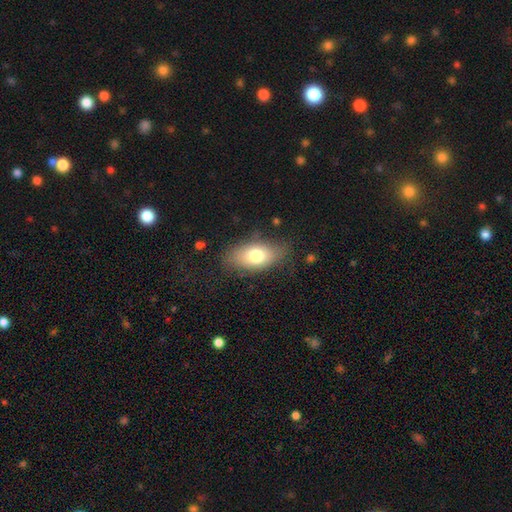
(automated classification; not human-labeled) smooth 74%, featured or disk 18%, star or artifact 8%. Down the decision tree: how rounded — in between (87%); merging — none (73%).